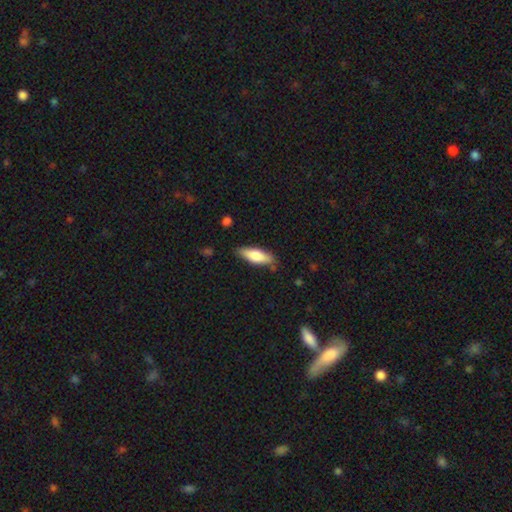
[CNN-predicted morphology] type=smooth (71%); roundness=in between (55%); merging=none (80%).